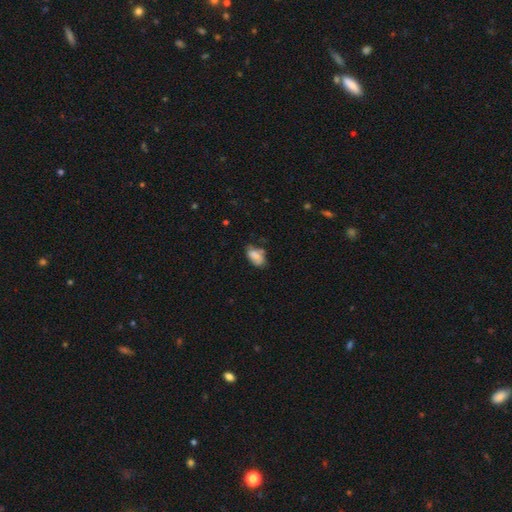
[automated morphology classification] Smooth or featured? Predicted: smooth (p=0.69). How rounded? Predicted: in between (p=0.89). Merging? Predicted: none (p=0.49).